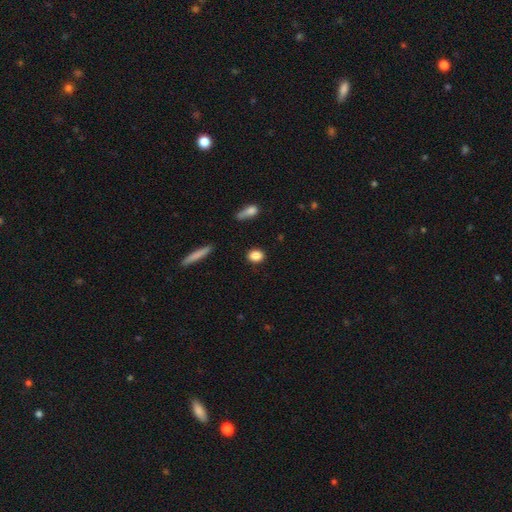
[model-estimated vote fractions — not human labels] A smooth galaxy with no disk features (86%) that is round (59%).

Vote fractions:
- Smooth or featured? smooth: 86% / star or artifact: 8% / featured or disk: 6%
- How rounded? round: 59% / in between: 37% / cigar-shaped: 4%
- Merging? none: 88% / minor disturbance: 8% / major disturbance: 2% / merger: 2%